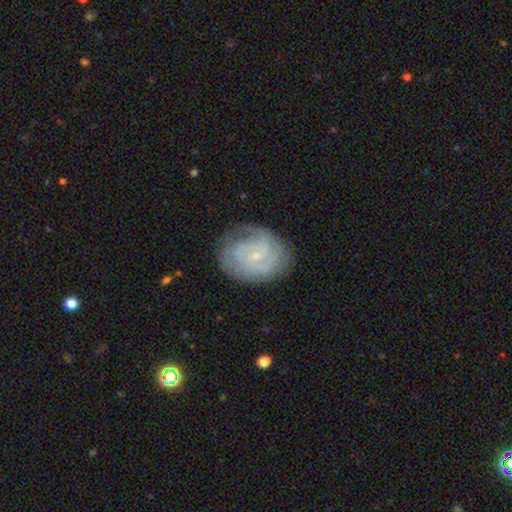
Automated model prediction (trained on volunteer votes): This appears to be a featured or disk galaxy (80%) with no bar (54%), 2 (32%) tight (61%) spiral arms (94%) and a small central bulge (80%). Merging: none (73%).